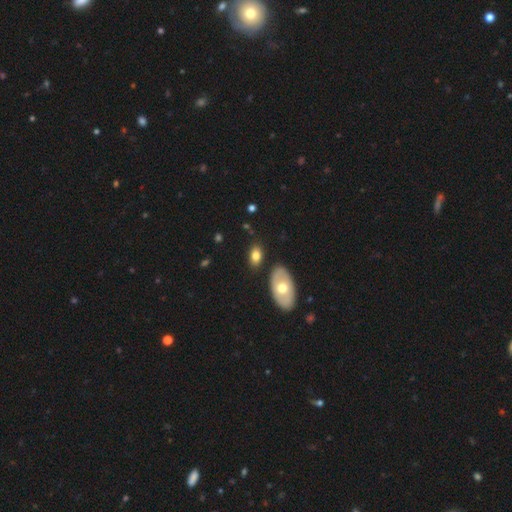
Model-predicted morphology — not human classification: This is likely a smooth galaxy (77%). How rounded: clearly in between (90%). Merging: clearly none (80%).